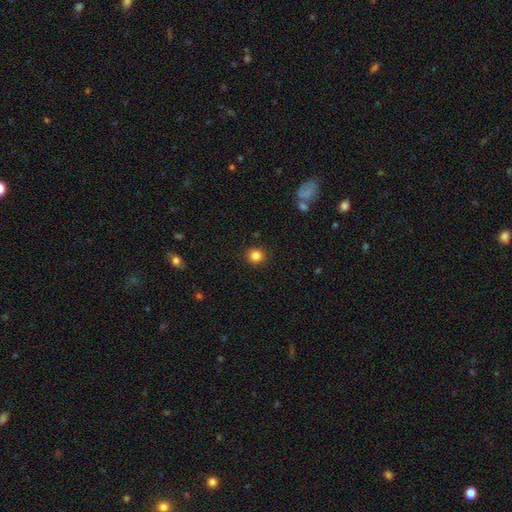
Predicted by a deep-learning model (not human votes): This is clearly a smooth galaxy (84%). How rounded: clearly round (91%). Merging: clearly none (92%).